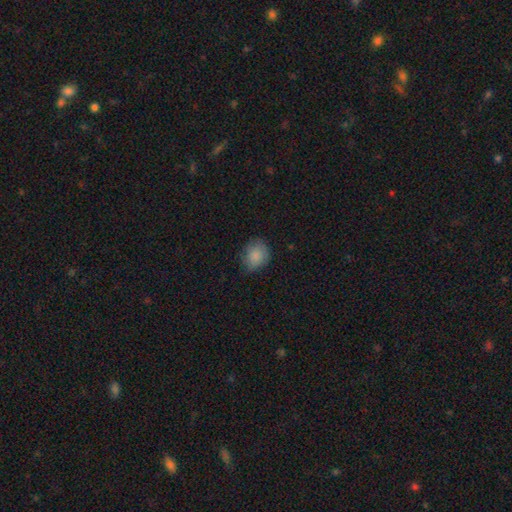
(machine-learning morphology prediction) type=smooth (85%); roundness=round (60%); merging=none (68%).